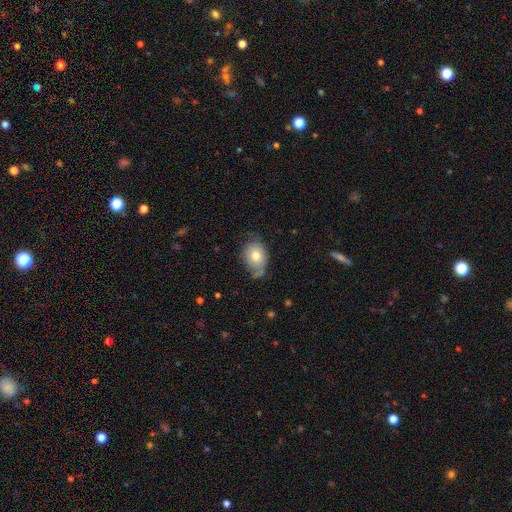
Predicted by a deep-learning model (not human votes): This is likely a smooth galaxy (70%). How rounded: likely in between (68%). Merging: possibly none (51%).